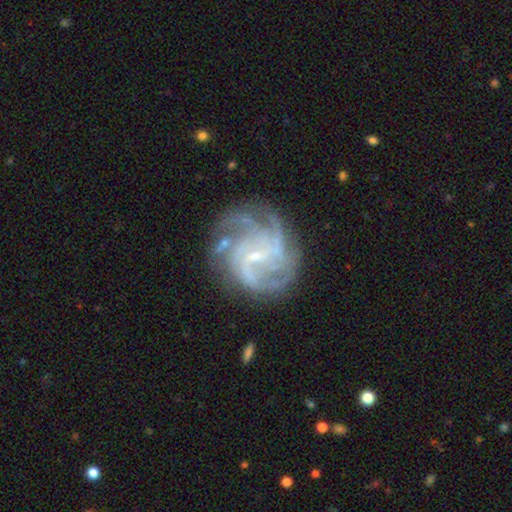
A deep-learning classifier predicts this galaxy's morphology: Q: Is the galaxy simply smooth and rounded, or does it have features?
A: featured or disk — 88%.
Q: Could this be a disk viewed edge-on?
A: no — 98%.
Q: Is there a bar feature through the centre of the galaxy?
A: weak — 49%.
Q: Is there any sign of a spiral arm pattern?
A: yes — 97%.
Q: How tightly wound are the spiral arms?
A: tight — 44%, tied with medium.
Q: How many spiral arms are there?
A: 4 — 38%.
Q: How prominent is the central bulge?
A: small — 79%.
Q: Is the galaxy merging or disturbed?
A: none — 72%.